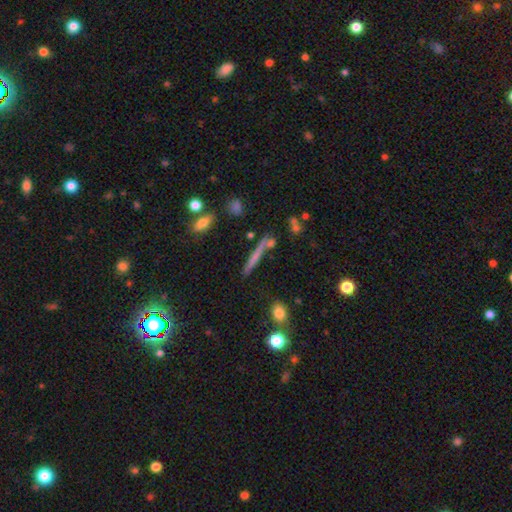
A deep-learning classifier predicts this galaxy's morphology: This appears to be a smooth galaxy with no disk features (50%). Merging: none (73%).